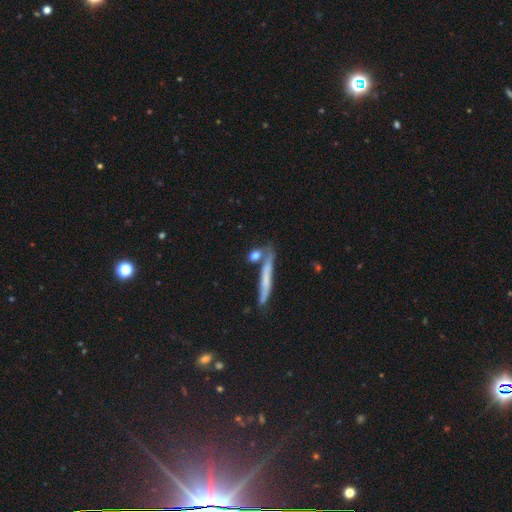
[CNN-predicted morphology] Smooth or featured? Predicted: smooth (p=0.73). How rounded? Predicted: cigar-shaped (p=0.44). Merging? Predicted: none (p=0.57).